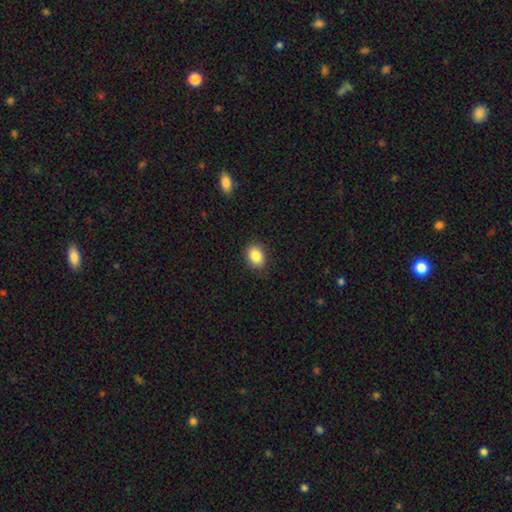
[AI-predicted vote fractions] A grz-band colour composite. It shows a smooth galaxy with no disk features (87%) that is in between round and cigar-shaped (64%). Merging: none (88%).